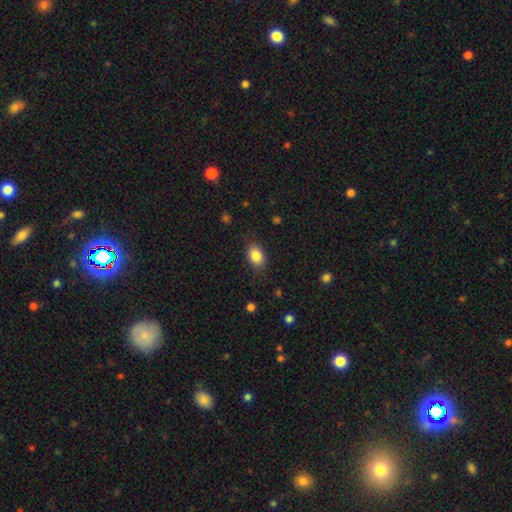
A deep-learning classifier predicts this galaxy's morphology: This is clearly a smooth galaxy (85%). How rounded: clearly in between (80%). Merging: clearly none (82%).